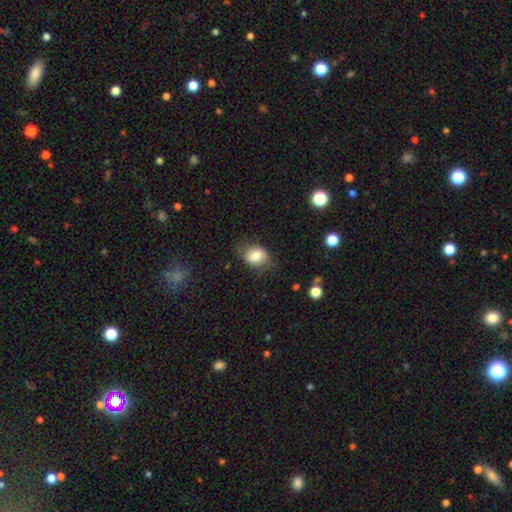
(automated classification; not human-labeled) smooth_or_featured: smooth (p=0.78) [alt: featured or disk p=0.14]
how_rounded: in between (p=0.56) [alt: round p=0.42]
merging: none (p=0.66) [alt: minor disturbance p=0.24]